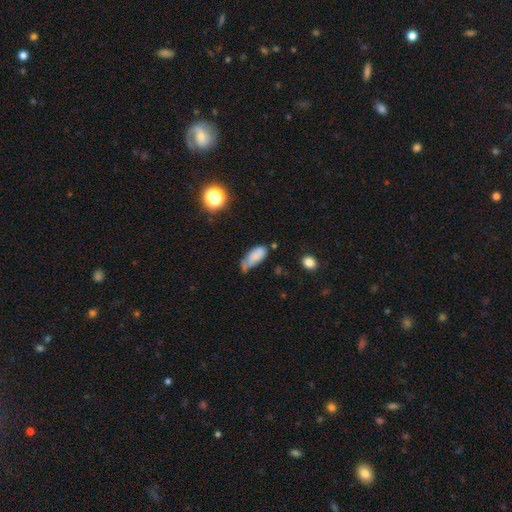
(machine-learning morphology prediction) Smooth or featured? Predicted: smooth (p=0.73). How rounded? Predicted: in between (p=0.85). Merging? Predicted: minor disturbance (p=0.44).